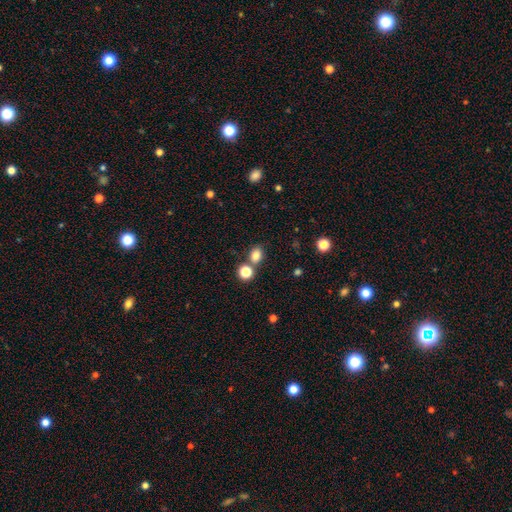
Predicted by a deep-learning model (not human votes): A smooth galaxy with no disk features (81%) that is in between round and cigar-shaped (56%). Merging: none (65%).